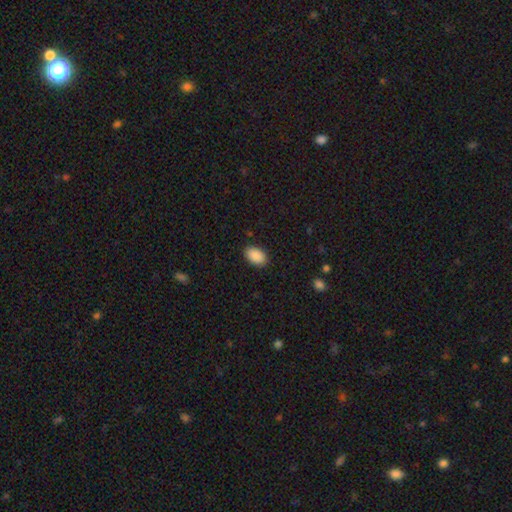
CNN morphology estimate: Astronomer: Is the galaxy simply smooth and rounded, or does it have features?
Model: smooth — 90%.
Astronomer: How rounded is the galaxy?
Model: in between — 92%.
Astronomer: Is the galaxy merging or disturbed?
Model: none — 89%.